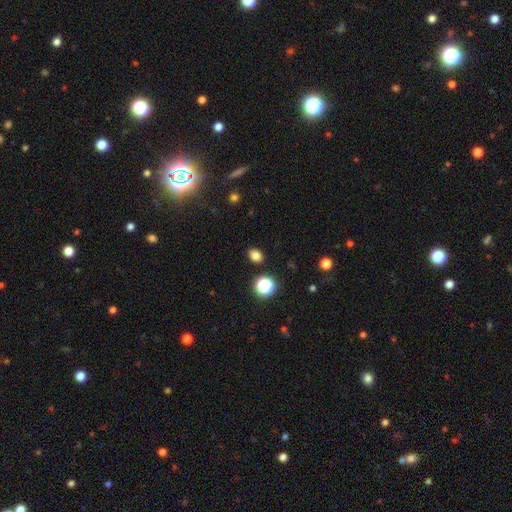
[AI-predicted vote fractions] This appears to be a smooth galaxy with no disk features (80%) that is in between round and cigar-shaped (61%). Merging: none (88%).